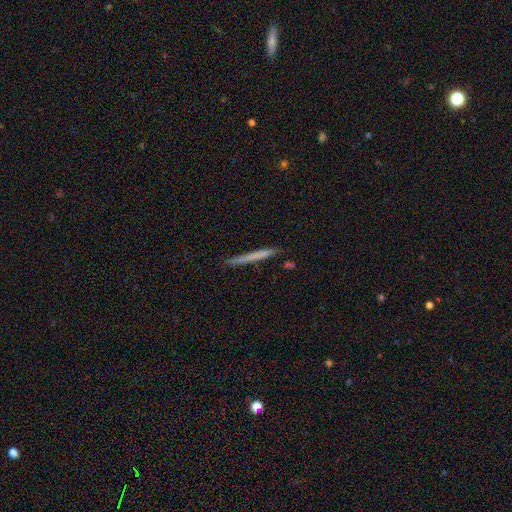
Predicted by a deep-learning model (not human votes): smooth_or_featured: smooth (p=0.61) [alt: featured or disk p=0.33]
how_rounded: cigar-shaped (p=0.97) [alt: in between p=0.02]
merging: none (p=0.87) [alt: minor disturbance p=0.10]